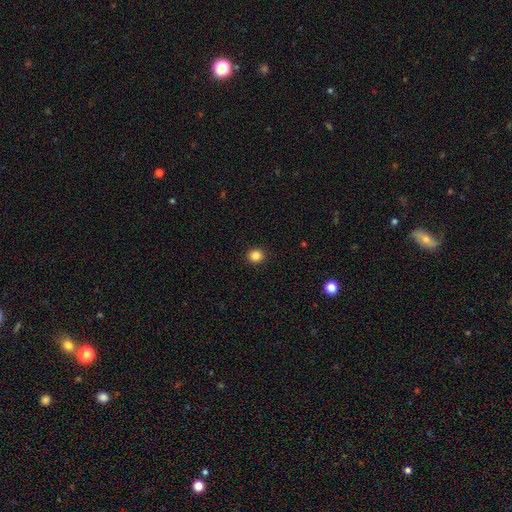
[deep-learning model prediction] This is clearly a smooth galaxy (85%). How rounded: clearly round (86%). Merging: clearly none (92%).